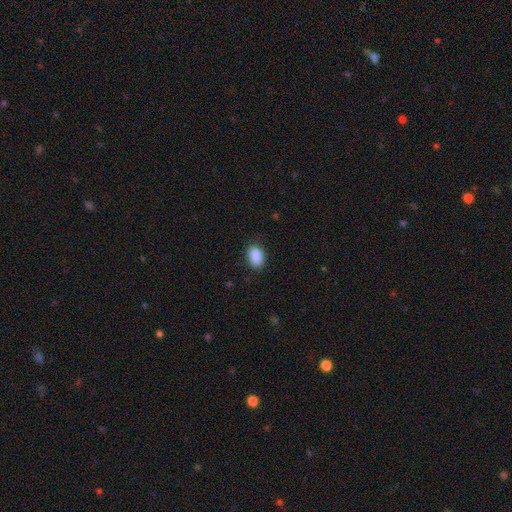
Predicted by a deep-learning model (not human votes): This appears to be a smooth galaxy with no disk features (89%) that is in between round and cigar-shaped (87%). Merging: none (80%).